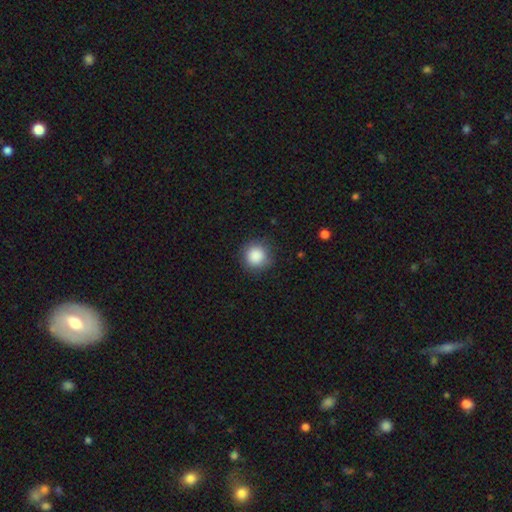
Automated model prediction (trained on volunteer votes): Smooth or featured: smooth — 87% (star or artifact — 9%)
How rounded: round — 94% (in between — 5%)
Merging: none — 87% (minor disturbance — 9%)